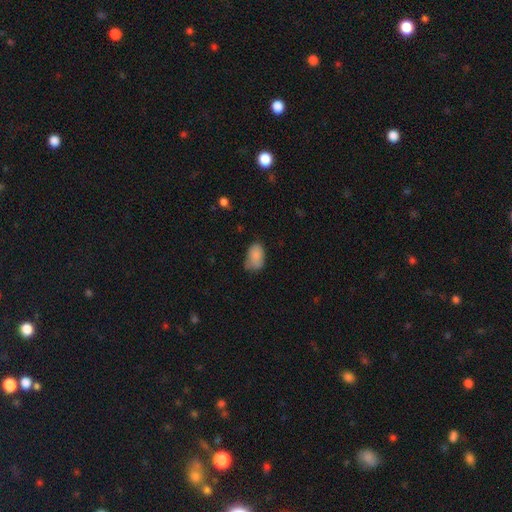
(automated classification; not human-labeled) Smooth or featured?
  - smooth: 85% *
  - star or artifact: 8%
  - featured or disk: 7%
How rounded?
  - in between: 89% *
  - round: 9%
  - cigar-shaped: 1%
Merging?
  - none: 54% *
  - minor disturbance: 33%
  - major disturbance: 9%
  - merger: 5%